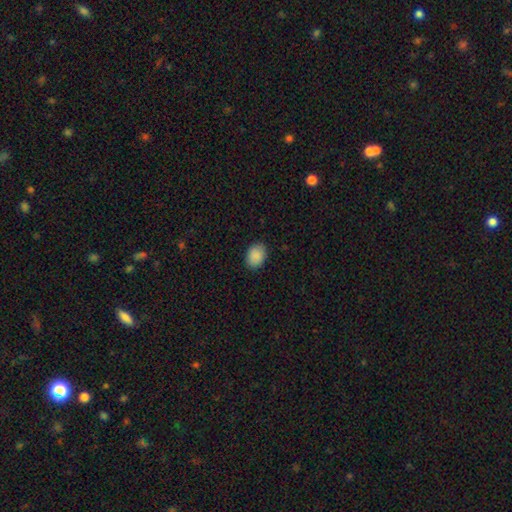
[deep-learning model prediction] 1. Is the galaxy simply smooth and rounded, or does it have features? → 90% smooth, 7% star or artifact, 3% featured or disk.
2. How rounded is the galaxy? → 71% in between, 29% round, 1% cigar-shaped.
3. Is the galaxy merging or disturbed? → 88% none, 9% minor disturbance, 2% major disturbance, 1% merger.